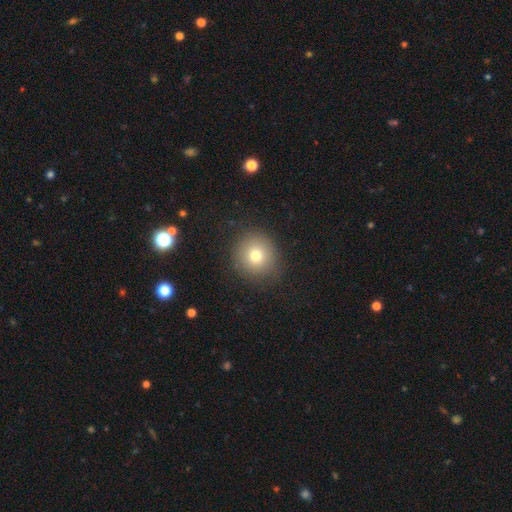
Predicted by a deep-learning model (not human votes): Smooth or featured?
  - smooth: 75% *
  - star or artifact: 13%
  - featured or disk: 12%
How rounded?
  - round: 90% *
  - in between: 9%
  - cigar-shaped: 1%
Merging?
  - none: 87% *
  - minor disturbance: 8%
  - major disturbance: 4%
  - merger: 1%